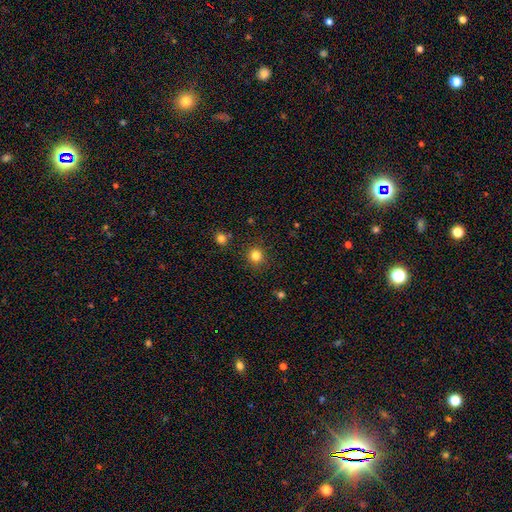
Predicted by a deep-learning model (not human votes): This appears to be a smooth galaxy with no disk features (82%) that is round (92%). Merging: none (90%).